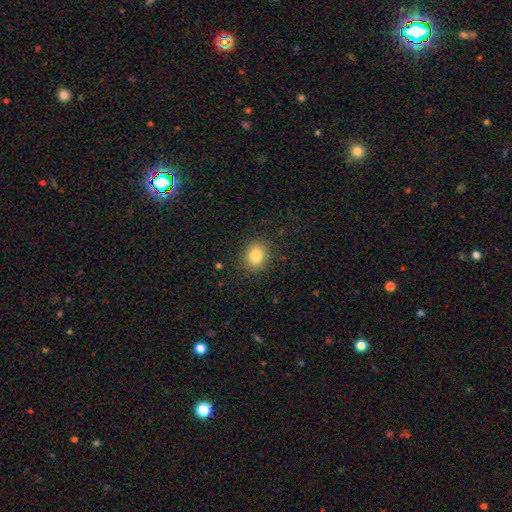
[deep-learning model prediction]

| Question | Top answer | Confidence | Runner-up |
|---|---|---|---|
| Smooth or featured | smooth | 82% | star or artifact (11%) |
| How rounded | round | 71% | in between (28%) |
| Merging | none | 87% | minor disturbance (9%) |